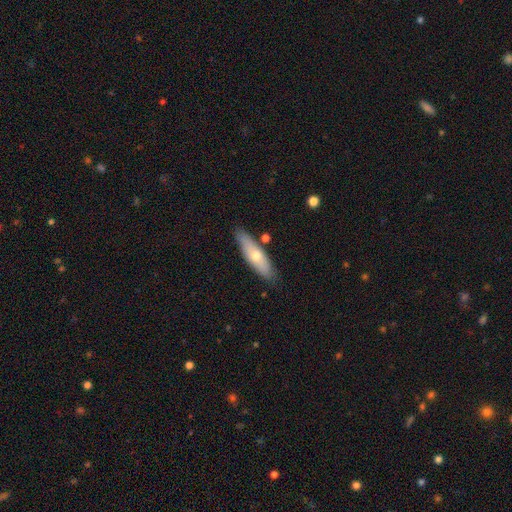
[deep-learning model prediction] Q: Smooth or featured?
A: smooth (59%); runner-up: featured or disk (35%)
Q: How rounded?
A: cigar-shaped (58%); runner-up: in between (40%)
Q: Merging?
A: none (81%); runner-up: minor disturbance (12%)